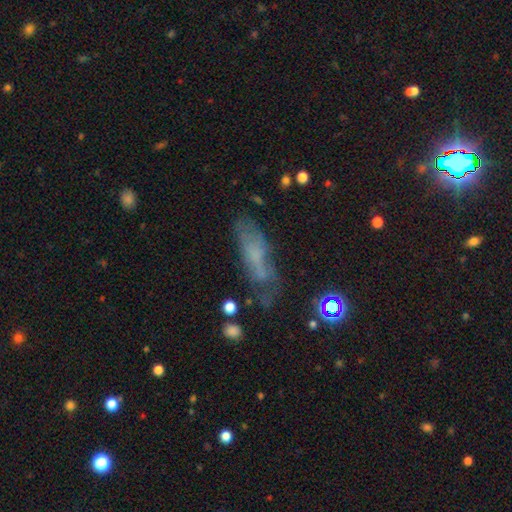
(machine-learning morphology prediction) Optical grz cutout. It shows a smooth galaxy with no disk features (46%). Merging: none (50%).